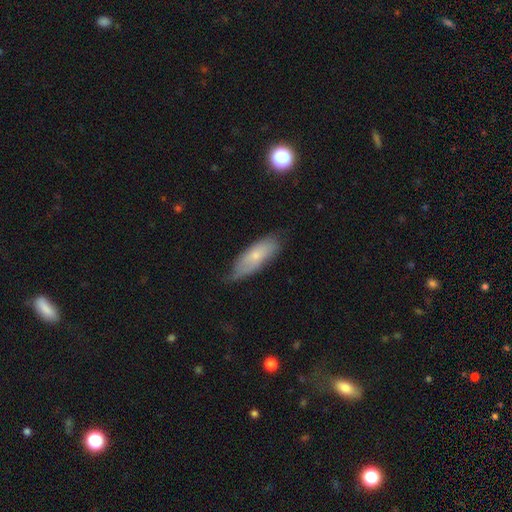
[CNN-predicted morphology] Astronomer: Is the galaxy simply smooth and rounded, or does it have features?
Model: smooth — 65%.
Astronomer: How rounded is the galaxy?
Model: in between — 67%.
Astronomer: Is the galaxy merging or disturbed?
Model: none — 59%.